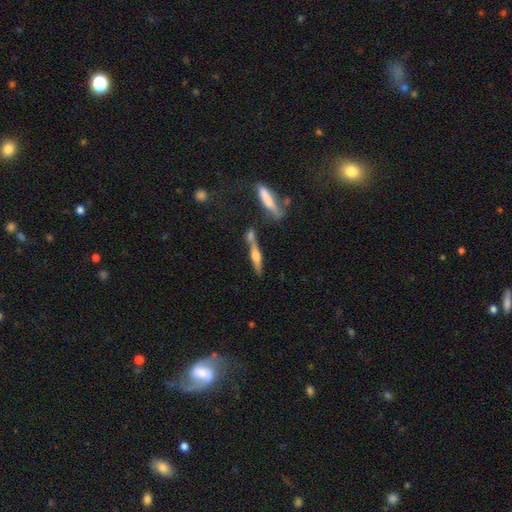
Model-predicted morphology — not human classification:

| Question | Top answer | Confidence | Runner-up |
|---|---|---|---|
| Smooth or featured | featured or disk | 64% | smooth (29%) |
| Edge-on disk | yes | 94% | no (6%) |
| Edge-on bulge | rounded | 85% | boxy (10%) |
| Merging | none | 59% | merger (25%) |